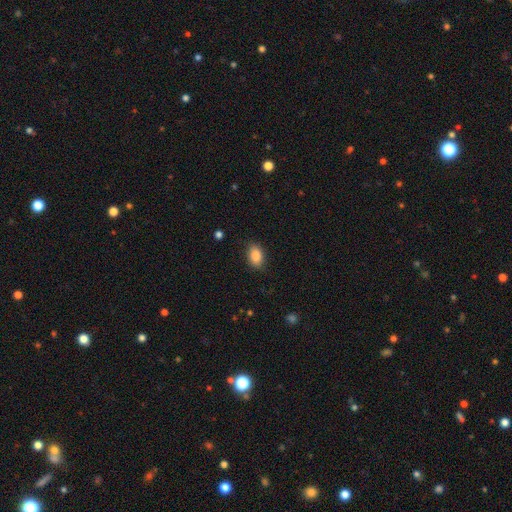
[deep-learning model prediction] This is clearly a smooth galaxy (86%). How rounded: clearly in between (86%). Merging: clearly none (86%).